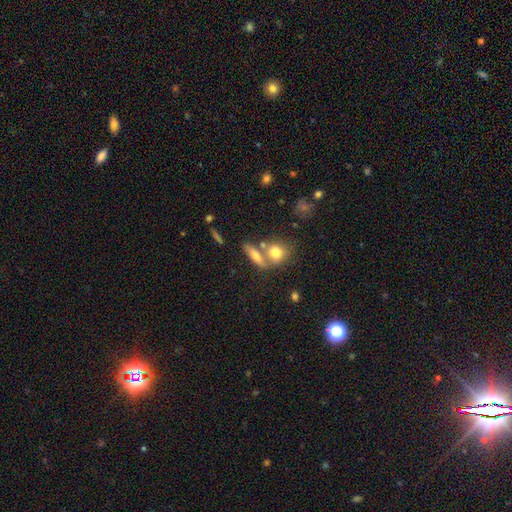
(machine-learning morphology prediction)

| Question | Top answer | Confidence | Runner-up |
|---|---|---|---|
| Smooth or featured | smooth | 66% | featured or disk (24%) |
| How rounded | in between | 42% | cigar-shaped (38%) |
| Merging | none | 52% | merger (33%) |